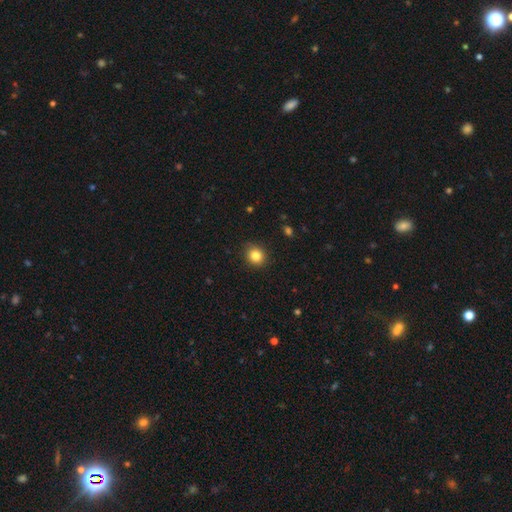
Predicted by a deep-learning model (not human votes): Smooth or featured? Predicted: smooth (p=0.84). How rounded? Predicted: round (p=0.81). Merging? Predicted: none (p=0.87).